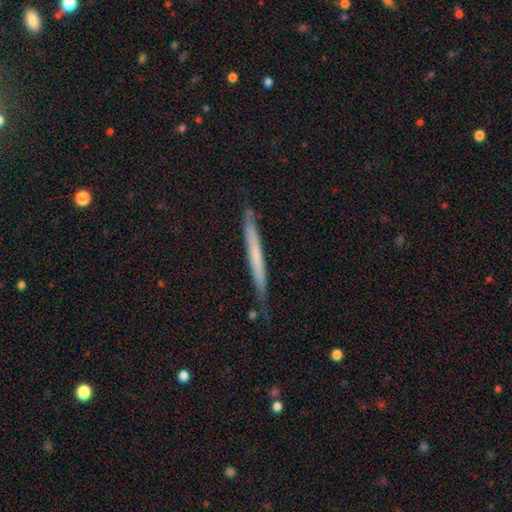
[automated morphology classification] Smooth or featured? smooth (48%)
Merging? none (84%)